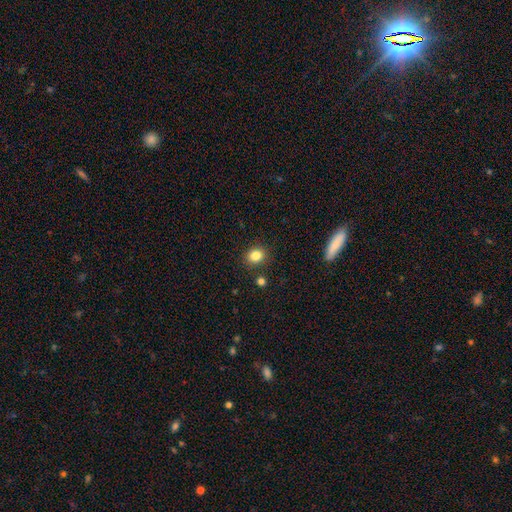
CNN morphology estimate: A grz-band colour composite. It shows a smooth galaxy with no disk features (83%) that is round (62%). Merging: none (86%).